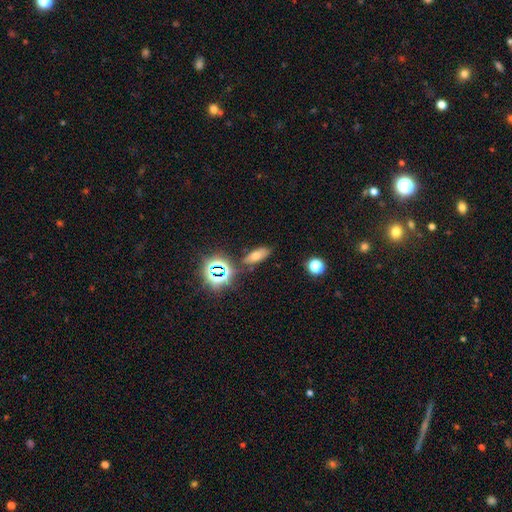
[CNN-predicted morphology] A smooth galaxy with no disk features (55%) that is in between round and cigar-shaped (77%).

Vote fractions:
- Smooth or featured? smooth: 55% / star or artifact: 30% / featured or disk: 15%
- How rounded? in between: 77% / cigar-shaped: 14% / round: 9%
- Merging? none: 80% / minor disturbance: 12% / merger: 4% / major disturbance: 4%